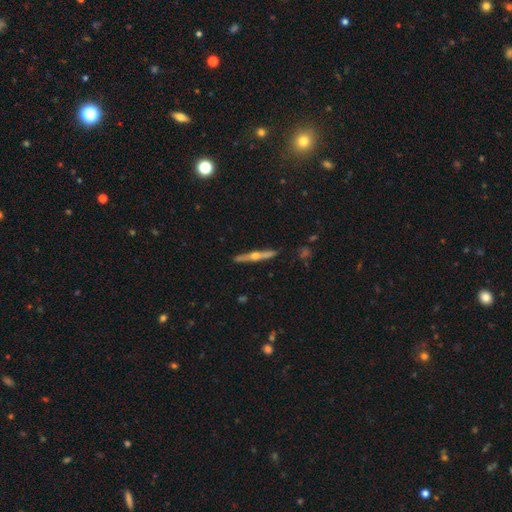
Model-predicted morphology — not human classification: Overall: featured or disk (73%). Edge-on disk: yes (97%). Edge-on bulge: rounded (93%). Merging: none (90%).